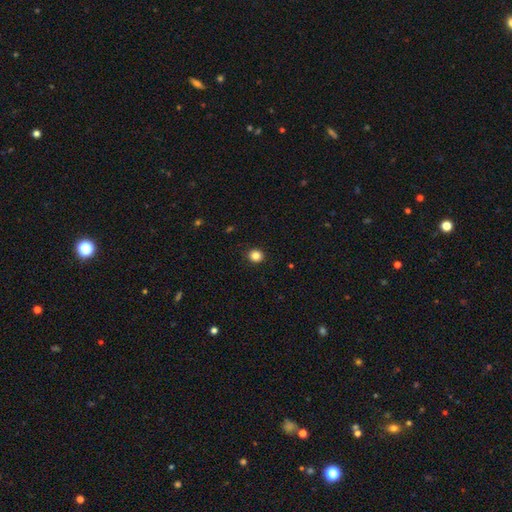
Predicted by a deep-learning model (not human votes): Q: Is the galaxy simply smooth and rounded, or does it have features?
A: smooth — 85%.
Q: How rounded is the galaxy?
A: round — 87%.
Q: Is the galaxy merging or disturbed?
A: none — 91%.